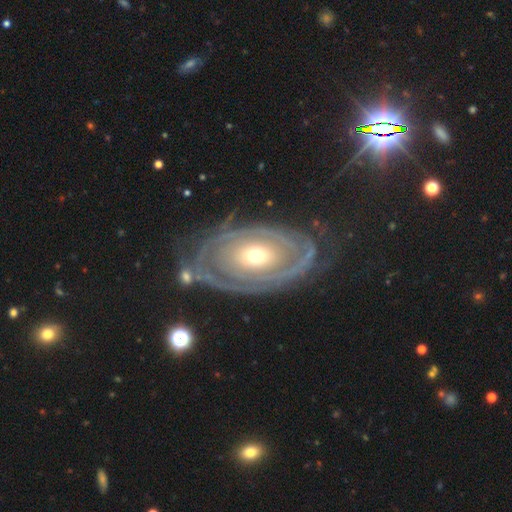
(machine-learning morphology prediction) type=featured or disk (84%); edge-on=no (94%); bar=no (79%); spiral arms=yes (79%); winding=tight (76%); arm count=can't tell (38%); bulge=moderate (55%); merging=none (67%).